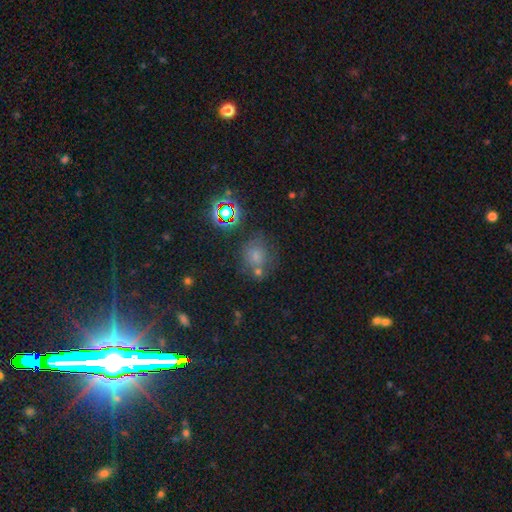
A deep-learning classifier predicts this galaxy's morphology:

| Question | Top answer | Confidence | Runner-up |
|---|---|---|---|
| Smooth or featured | smooth | 45% | star or artifact (43%) |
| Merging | none | 65% | merger (15%) |